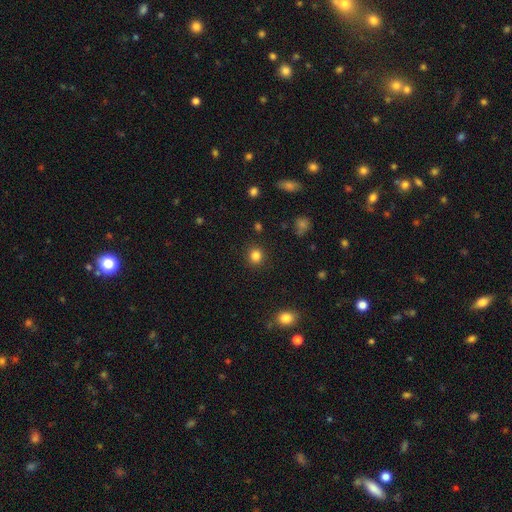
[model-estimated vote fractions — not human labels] smooth-or-featured: smooth: 84% | star or artifact: 12% | featured or disk: 4%
  how-rounded: round: 88% | in between: 11% | cigar-shaped: 1%
  merging: none: 90% | minor disturbance: 6% | major disturbance: 2% | merger: 1%